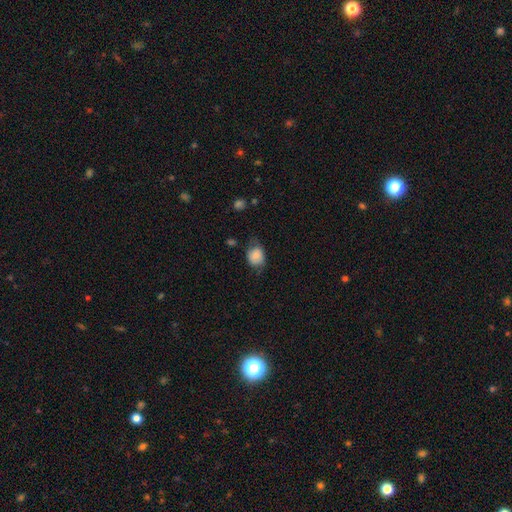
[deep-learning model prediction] Overall: smooth (75%). How rounded: in between (50%; round 49%). Merging: none (57%; minor disturbance 31%).